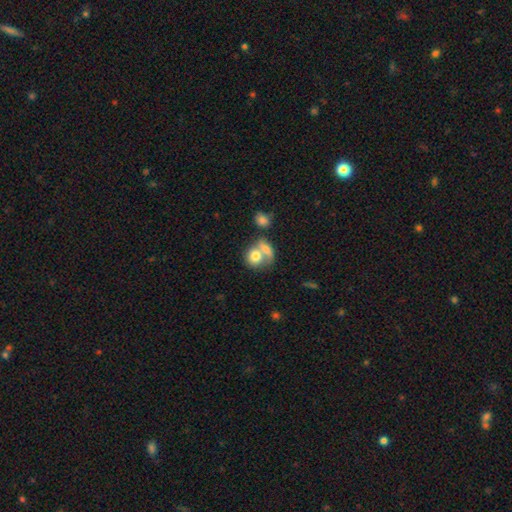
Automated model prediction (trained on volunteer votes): Q: Smooth or featured?
A: smooth (76%); runner-up: featured or disk (16%)
Q: How rounded?
A: round (62%); runner-up: in between (36%)
Q: Merging?
A: merger (58%); runner-up: none (27%)